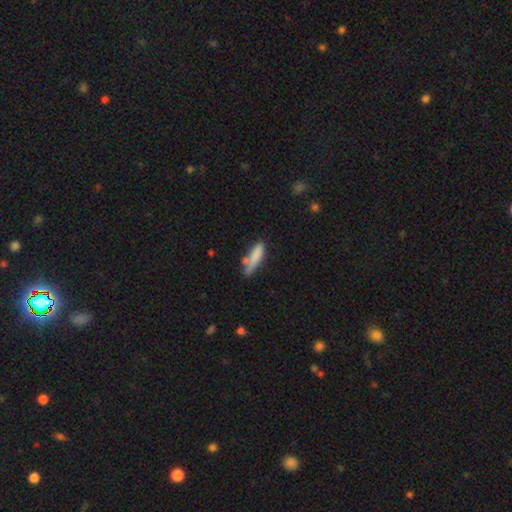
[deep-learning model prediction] Smooth or featured?
  - smooth: 80% *
  - featured or disk: 13%
  - star or artifact: 7%
How rounded?
  - cigar-shaped: 67% *
  - in between: 32%
  - round: 2%
Merging?
  - none: 56% *
  - minor disturbance: 26%
  - merger: 11%
  - major disturbance: 7%